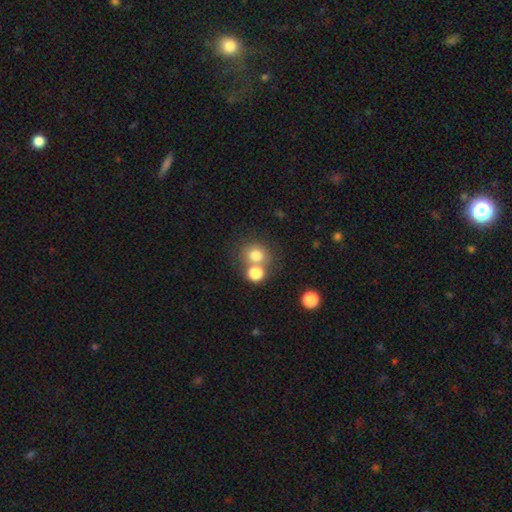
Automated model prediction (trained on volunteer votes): This appears to be a smooth galaxy with no disk features (77%) that is round (80%). Merging: none (56%).